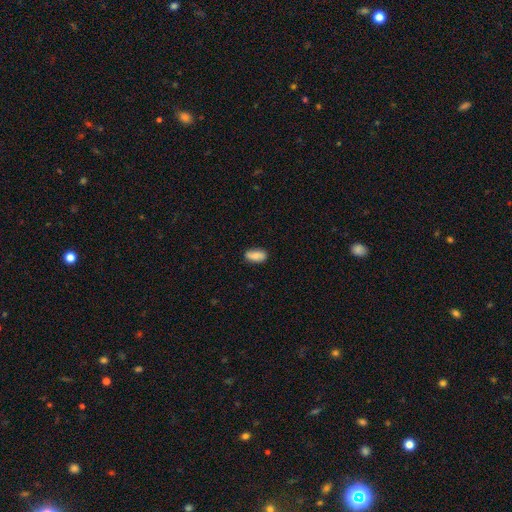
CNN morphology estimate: Smooth or featured? Predicted: smooth (p=0.77). How rounded? Predicted: in between (p=0.90). Merging? Predicted: none (p=0.82).